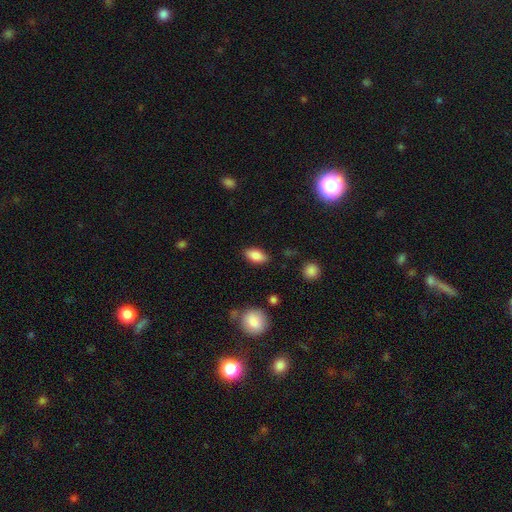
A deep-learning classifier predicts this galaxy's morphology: A smooth galaxy with no disk features (84%) that is in between round and cigar-shaped (90%).

Vote fractions:
- Smooth or featured? smooth: 84% / featured or disk: 8% / star or artifact: 7%
- How rounded? in between: 90% / cigar-shaped: 6% / round: 4%
- Merging? none: 85% / minor disturbance: 10% / major disturbance: 3% / merger: 2%